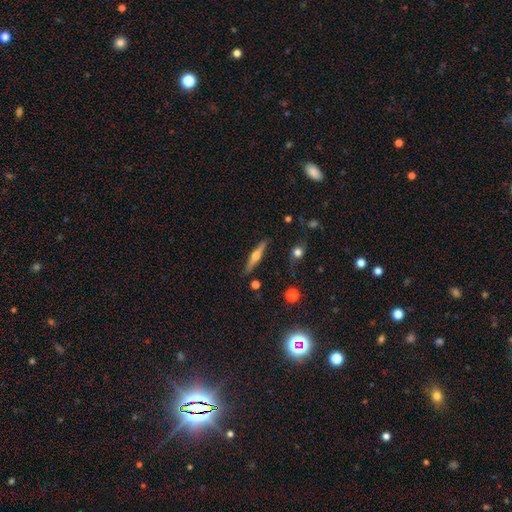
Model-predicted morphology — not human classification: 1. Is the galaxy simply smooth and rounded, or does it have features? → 63% featured or disk, 30% smooth, 6% star or artifact.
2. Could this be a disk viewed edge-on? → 97% yes, 3% no.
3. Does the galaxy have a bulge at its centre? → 92% rounded, 4% none, 4% boxy.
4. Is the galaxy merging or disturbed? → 87% none, 8% minor disturbance, 2% merger, 2% major disturbance.